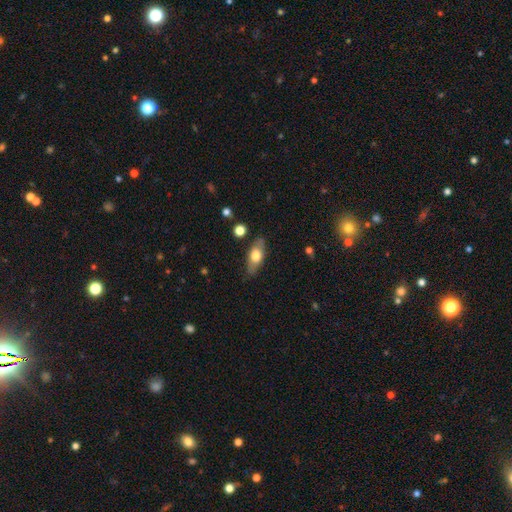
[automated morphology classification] smooth 60%, featured or disk 34%, star or artifact 6%. Down the decision tree: how rounded — in between (79%); merging — none (81%).